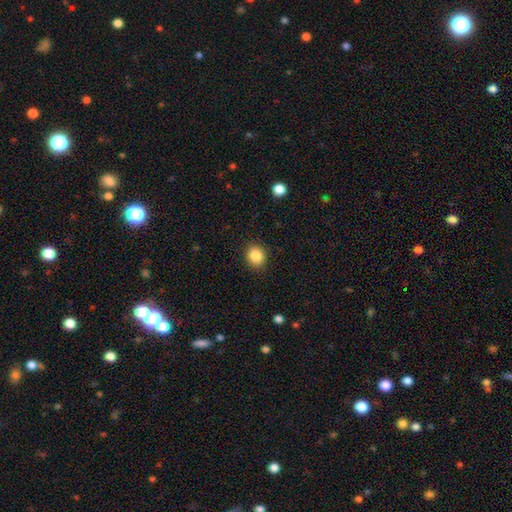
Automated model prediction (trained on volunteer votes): Smooth or featured: smooth — 86% (star or artifact — 9%)
How rounded: round — 70% (in between — 29%)
Merging: none — 89% (minor disturbance — 7%)